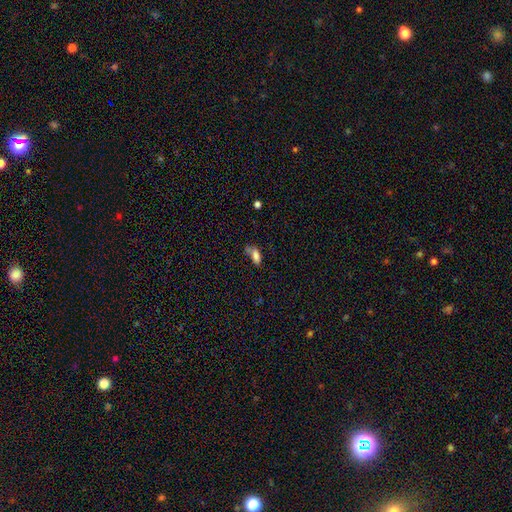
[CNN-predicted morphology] smooth_or_featured: smooth (p=0.78) [alt: star or artifact p=0.12]
how_rounded: in between (p=0.83) [alt: cigar-shaped p=0.13]
merging: none (p=0.40) [alt: minor disturbance p=0.26]